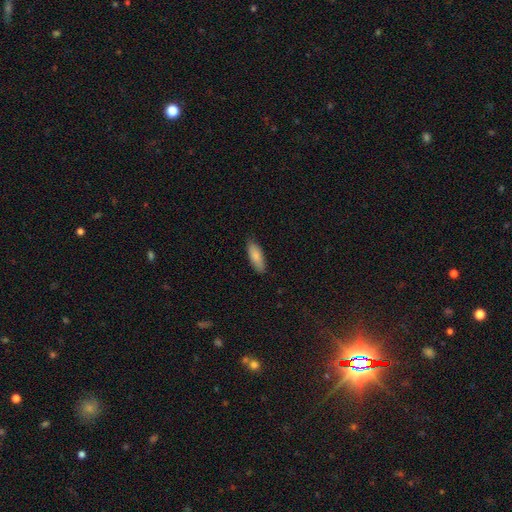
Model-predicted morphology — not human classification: Q: Smooth or featured?
A: smooth (84%); runner-up: featured or disk (10%)
Q: How rounded?
A: in between (66%); runner-up: cigar-shaped (32%)
Q: Merging?
A: none (86%); runner-up: minor disturbance (11%)